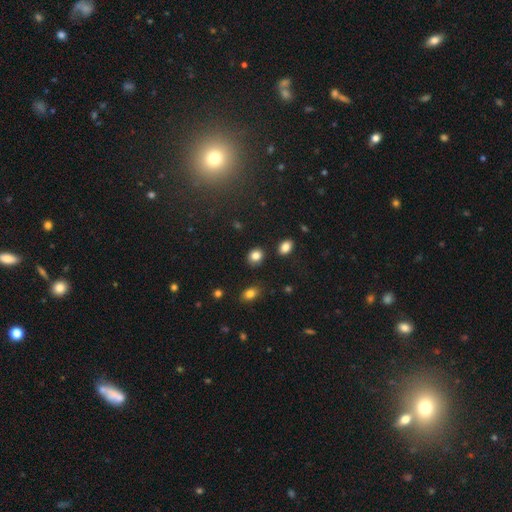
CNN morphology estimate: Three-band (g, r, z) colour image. It shows a smooth galaxy with no disk features (84%) that is round (60%). Merging: none (84%).